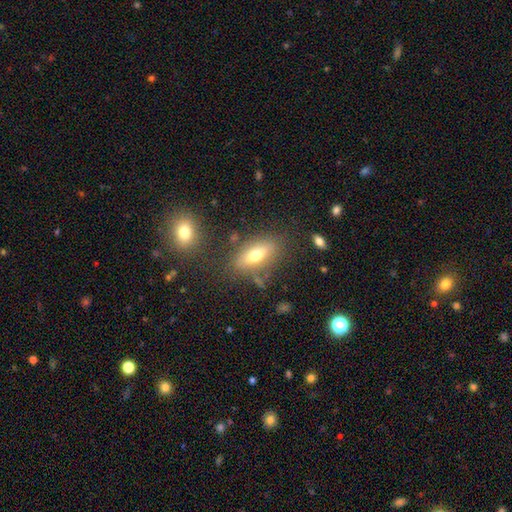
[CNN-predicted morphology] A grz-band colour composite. It shows a smooth galaxy with no disk features (65%) that is in between round and cigar-shaped (81%). Merging: none (71%).